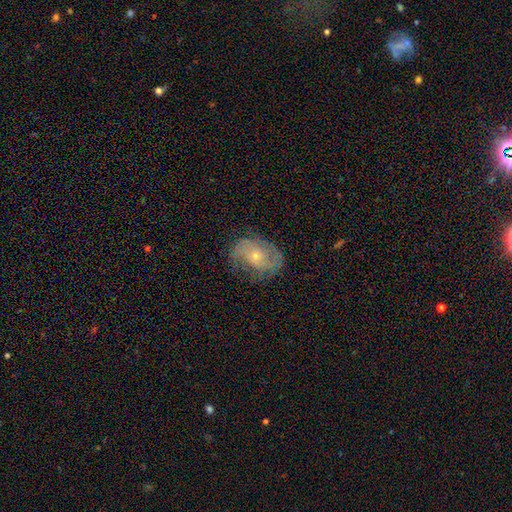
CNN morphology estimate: Smooth or featured? Predicted: featured or disk (p=0.68). Edge-on disk? Predicted: no (p=0.97). Bar? Predicted: no (p=0.73). Spiral arms? Predicted: yes (p=0.86). Spiral winding? Predicted: medium (p=0.42). Spiral arm count? Predicted: 2 (p=0.64). Bulge size? Predicted: small (p=0.68). Merging? Predicted: none (p=0.64).